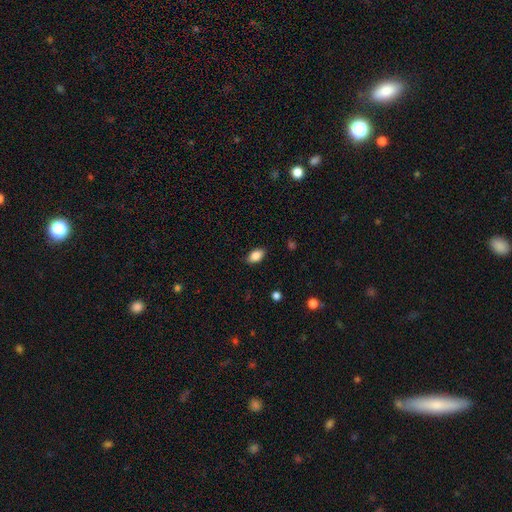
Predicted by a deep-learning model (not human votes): This appears to be a smooth galaxy with no disk features (85%) that is in between round and cigar-shaped (90%). Merging: none (86%).